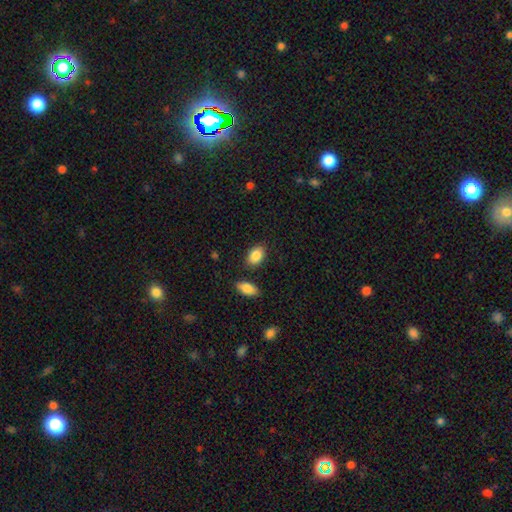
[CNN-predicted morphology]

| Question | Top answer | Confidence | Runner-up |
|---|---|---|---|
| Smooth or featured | smooth | 87% | star or artifact (7%) |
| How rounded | in between | 85% | round (13%) |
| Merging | none | 82% | minor disturbance (11%) |